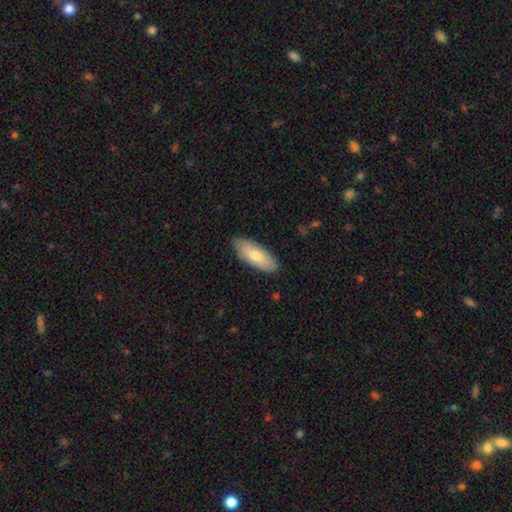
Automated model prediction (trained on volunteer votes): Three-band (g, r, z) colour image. It shows a smooth galaxy with no disk features (74%) that is in between round and cigar-shaped (78%). Merging: none (85%).